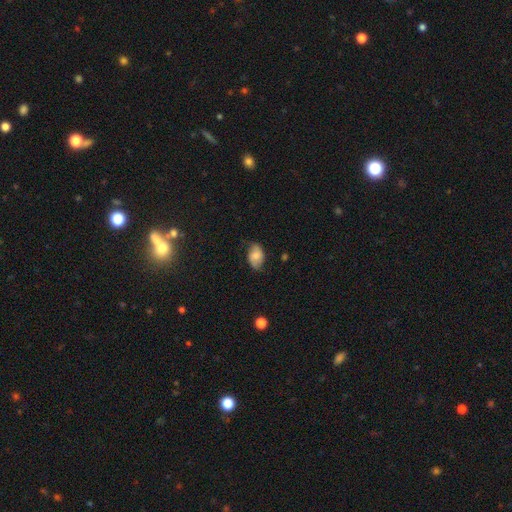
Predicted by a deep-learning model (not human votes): Overall: smooth (61%; featured or disk 30%). How rounded: in between (86%). Merging: none (63%; minor disturbance 29%).